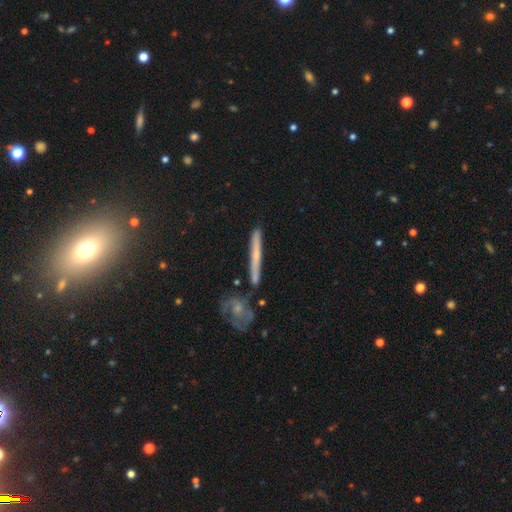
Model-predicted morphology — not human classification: type=featured or disk (53%); edge-on=yes (91%); merging=none (82%).